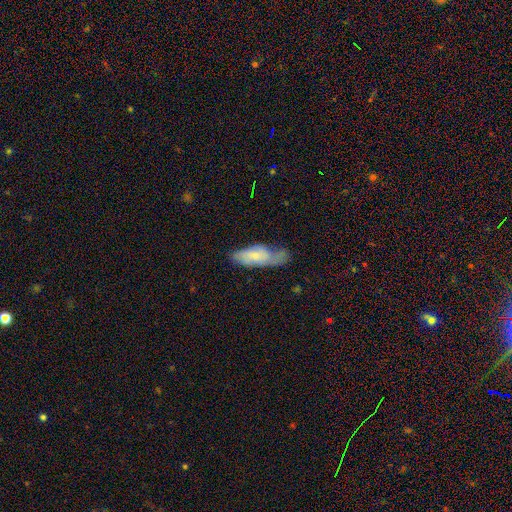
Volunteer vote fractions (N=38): Smooth or featured? smooth (50%, tied with featured or disk)
How rounded? in between (84%)
Merging? none (47%)